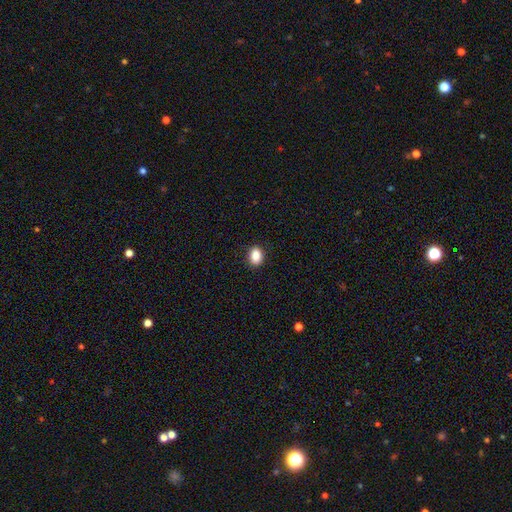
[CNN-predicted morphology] This is clearly a smooth galaxy (89%). How rounded: likely in between (76%). Merging: clearly none (89%).